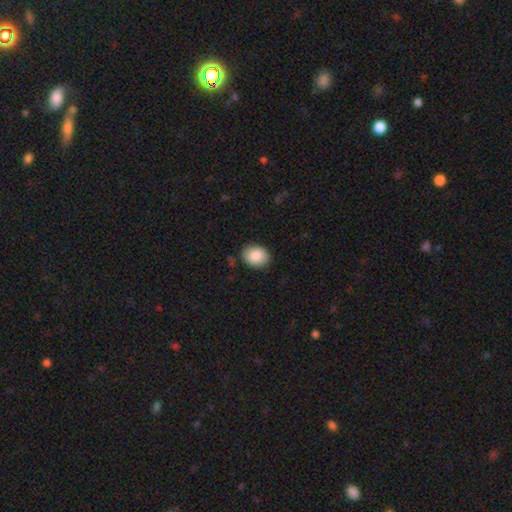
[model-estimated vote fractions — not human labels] smooth-or-featured: smooth: 88% | star or artifact: 7% | featured or disk: 5%
  how-rounded: in between: 53% | round: 46% | cigar-shaped: 1%
  merging: none: 85% | minor disturbance: 11% | major disturbance: 2% | merger: 1%